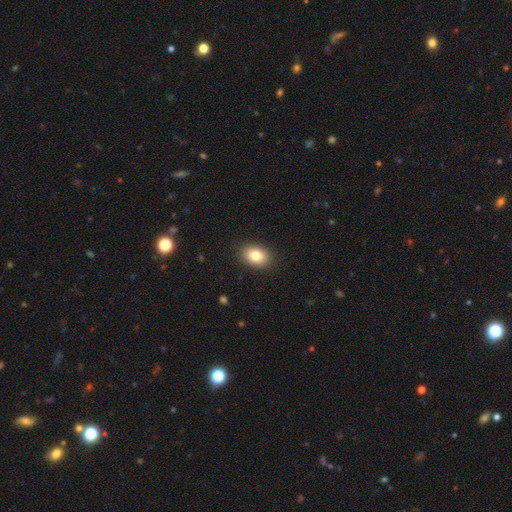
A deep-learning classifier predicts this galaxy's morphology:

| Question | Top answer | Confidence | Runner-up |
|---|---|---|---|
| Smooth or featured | smooth | 82% | featured or disk (9%) |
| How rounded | in between | 74% | round (25%) |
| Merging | none | 89% | minor disturbance (8%) |